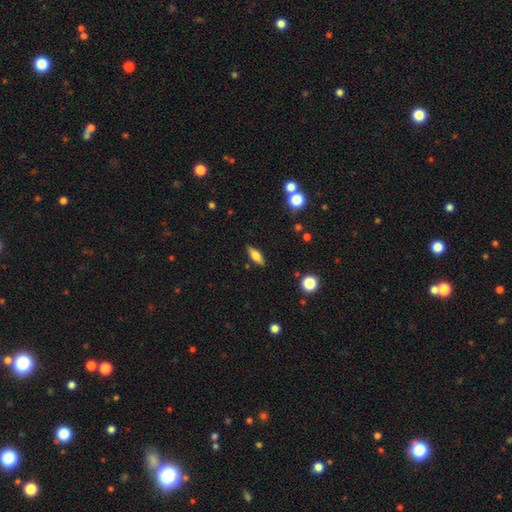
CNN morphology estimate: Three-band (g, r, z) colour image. It shows a smooth galaxy with no disk features (62%) that is in between round and cigar-shaped (55%). Merging: none (87%).